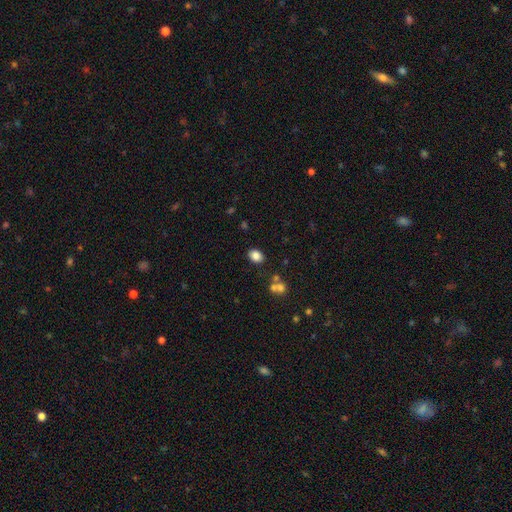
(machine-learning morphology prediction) Smooth or featured? Predicted: smooth (p=0.83). How rounded? Predicted: in between (p=0.70). Merging? Predicted: none (p=0.81).